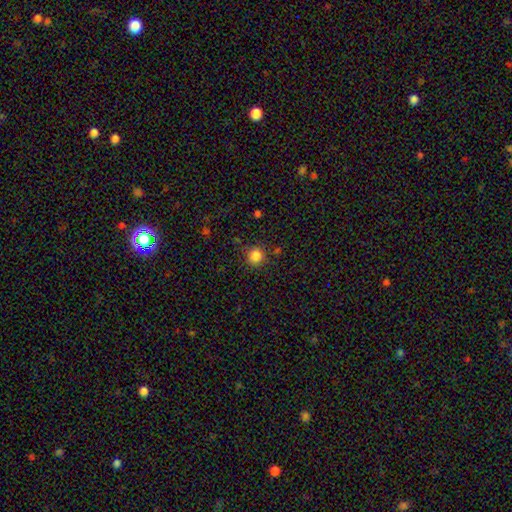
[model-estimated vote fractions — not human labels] This appears to be a smooth galaxy with no disk features (84%) that is round (92%). Merging: none (85%).